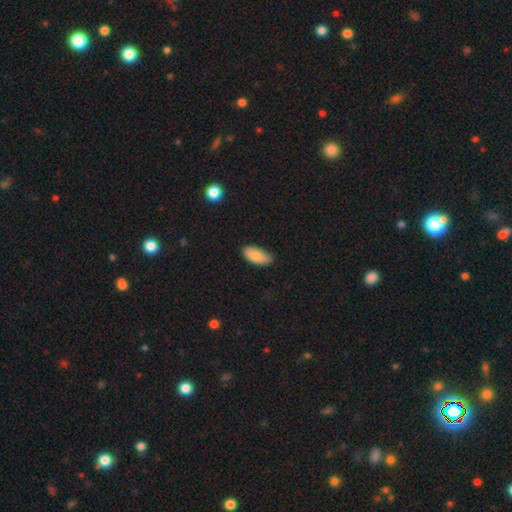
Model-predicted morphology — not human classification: Smooth or featured? Predicted: smooth (p=0.85). How rounded? Predicted: in between (p=0.90). Merging? Predicted: none (p=0.76).